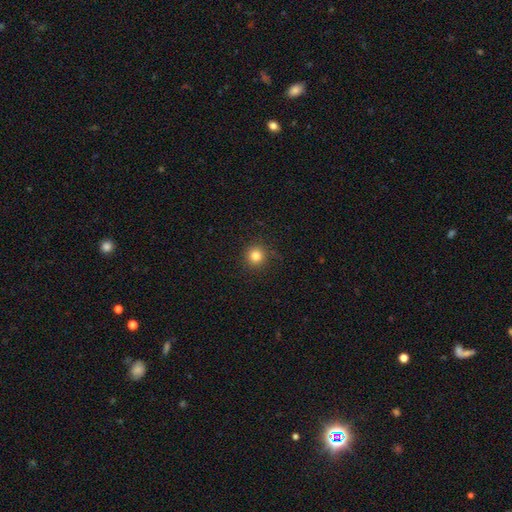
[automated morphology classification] Q: Smooth or featured?
A: smooth (82%); runner-up: star or artifact (13%)
Q: How rounded?
A: round (94%); runner-up: in between (5%)
Q: Merging?
A: none (89%); runner-up: minor disturbance (7%)